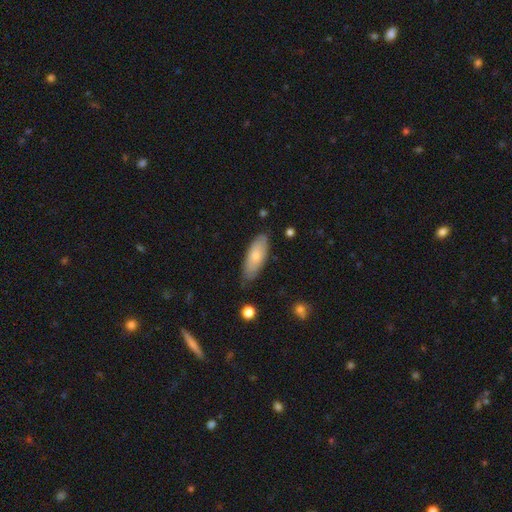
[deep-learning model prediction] This is likely a smooth galaxy (70%). How rounded: likely in between (73%). Merging: likely none (74%).